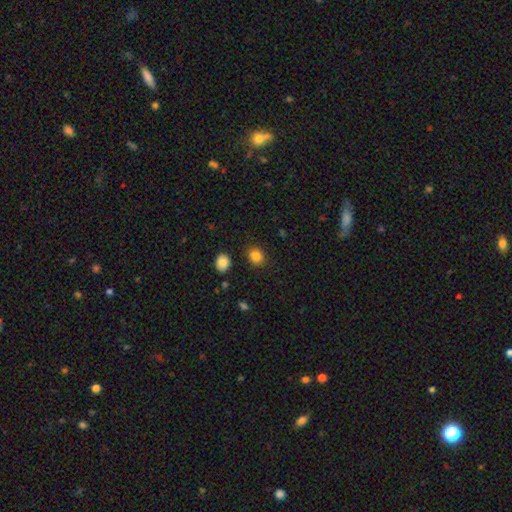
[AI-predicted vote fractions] This is clearly a smooth galaxy (85%). How rounded: likely round (65%). Merging: clearly none (86%).